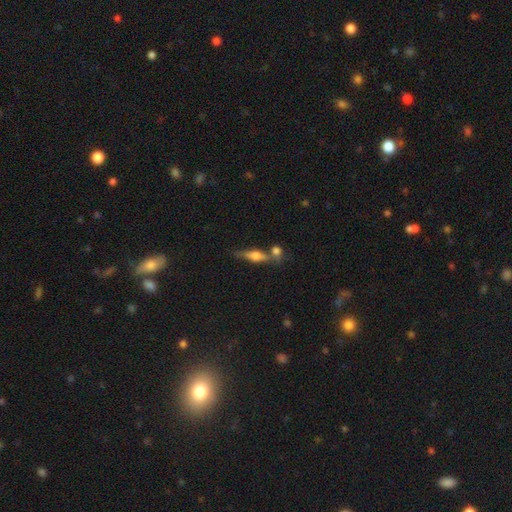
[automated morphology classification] smooth-or-featured: featured or disk: 52% | smooth: 40% | star or artifact: 8%
  disk-edge-on: yes: 90% | no: 10%
  merging: none: 56% | merger: 26% | minor disturbance: 13% | major disturbance: 5%